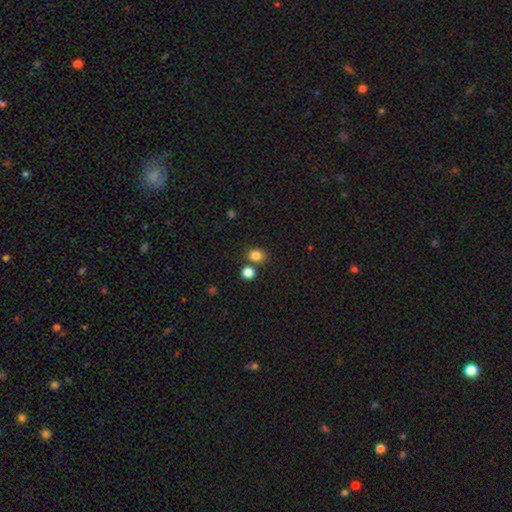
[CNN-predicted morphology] smooth 84%, star or artifact 11%, featured or disk 5%. Down the decision tree: how rounded — round (53%); merging — none (68%).